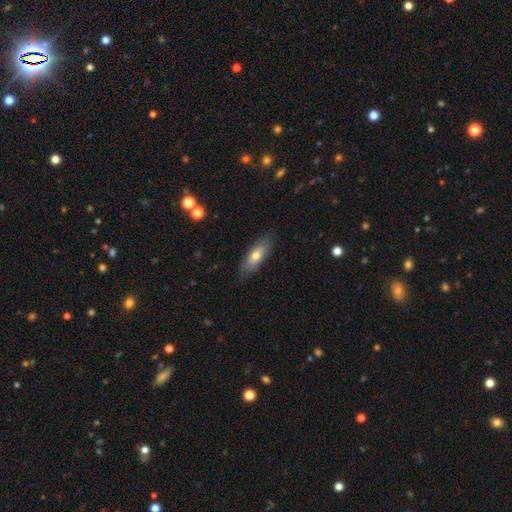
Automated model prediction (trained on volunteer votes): Smooth or featured: smooth — 67% (featured or disk — 27%)
How rounded: in between — 59% (cigar-shaped — 38%)
Merging: none — 82% (minor disturbance — 14%)